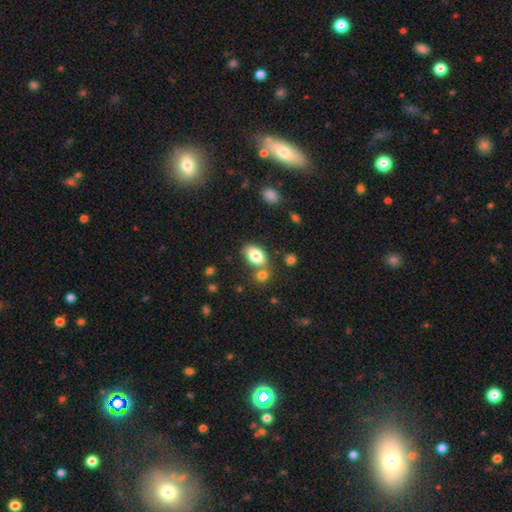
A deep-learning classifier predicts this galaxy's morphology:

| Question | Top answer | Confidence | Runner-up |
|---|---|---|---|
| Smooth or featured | smooth | 81% | featured or disk (11%) |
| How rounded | in between | 89% | round (10%) |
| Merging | none | 58% | merger (23%) |